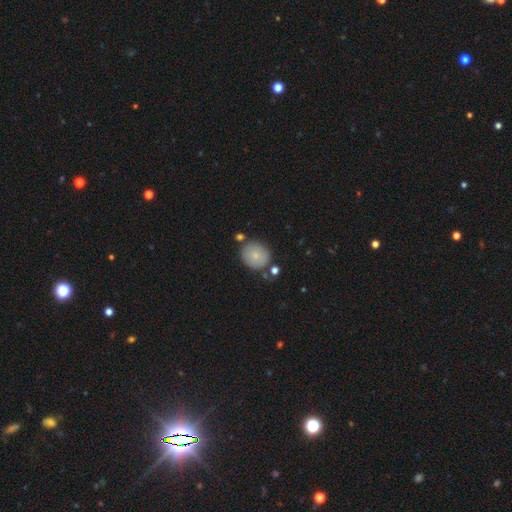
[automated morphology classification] Smooth or featured?
  - smooth: 79% *
  - featured or disk: 12%
  - star or artifact: 9%
How rounded?
  - round: 79% *
  - in between: 20%
  - cigar-shaped: 1%
Merging?
  - none: 78% *
  - minor disturbance: 12%
  - merger: 7%
  - major disturbance: 3%